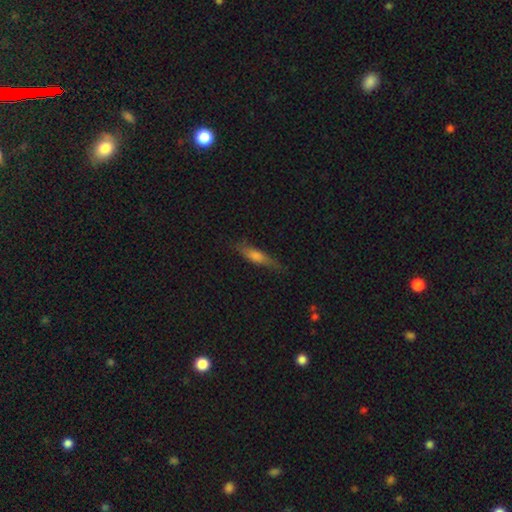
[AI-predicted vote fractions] Morphology: type=smooth (56%); roundness=cigar-shaped (75%); merging=none (77%).